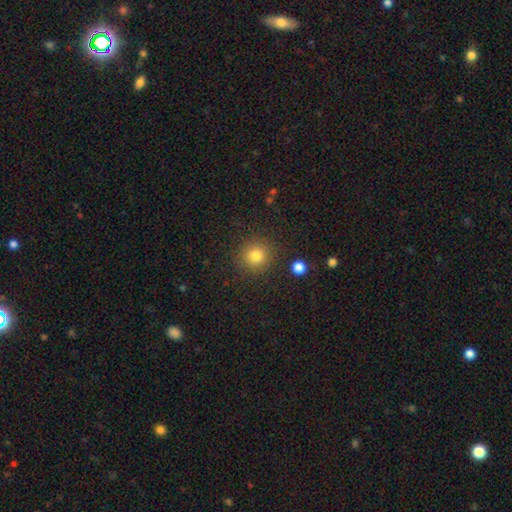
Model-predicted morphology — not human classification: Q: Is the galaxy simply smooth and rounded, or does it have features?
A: smooth — 81%.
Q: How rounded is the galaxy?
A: round — 93%.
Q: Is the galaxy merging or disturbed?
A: none — 88%.